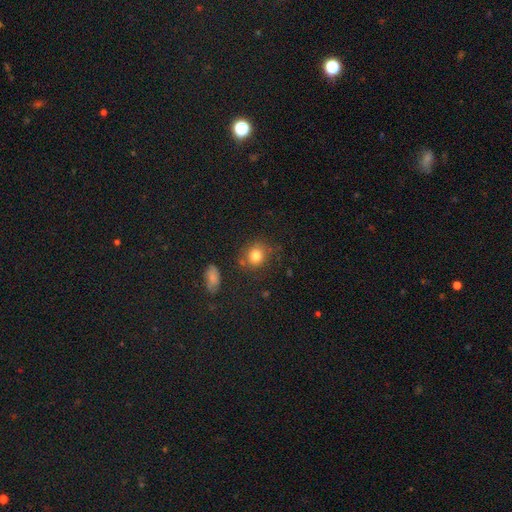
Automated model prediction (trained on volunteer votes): This is clearly a smooth galaxy (81%). How rounded: likely round (74%). Merging: likely none (76%).